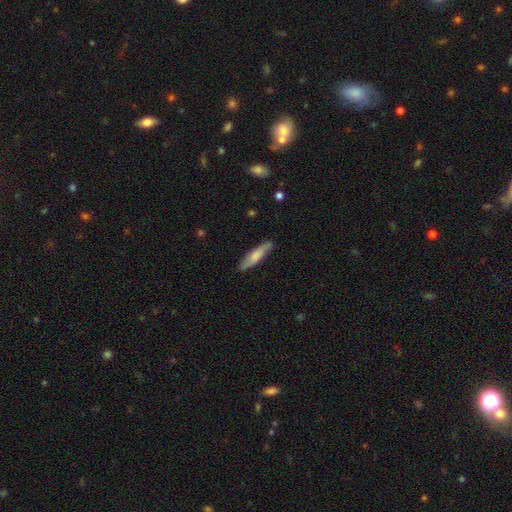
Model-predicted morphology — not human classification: Smooth or featured?
  - smooth: 67% *
  - featured or disk: 28%
  - star or artifact: 5%
How rounded?
  - cigar-shaped: 79% *
  - in between: 19%
  - round: 2%
Merging?
  - none: 83% *
  - minor disturbance: 14%
  - major disturbance: 2%
  - merger: 1%